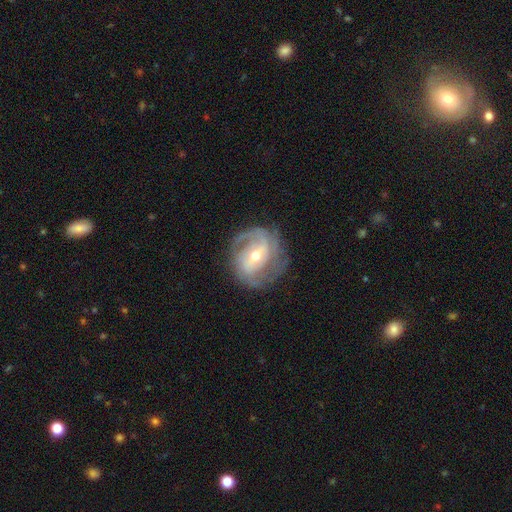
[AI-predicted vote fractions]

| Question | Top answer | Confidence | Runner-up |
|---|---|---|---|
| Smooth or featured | featured or disk | 84% | smooth (10%) |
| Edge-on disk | no | 97% | yes (3%) |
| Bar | weak | 43% | no (29%) |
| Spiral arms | yes | 93% | no (7%) |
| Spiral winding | tight | 48% | medium (39%) |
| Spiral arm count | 2 | 47% | can't tell (20%) |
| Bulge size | moderate | 55% | small (41%) |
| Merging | none | 72% | minor disturbance (17%) |